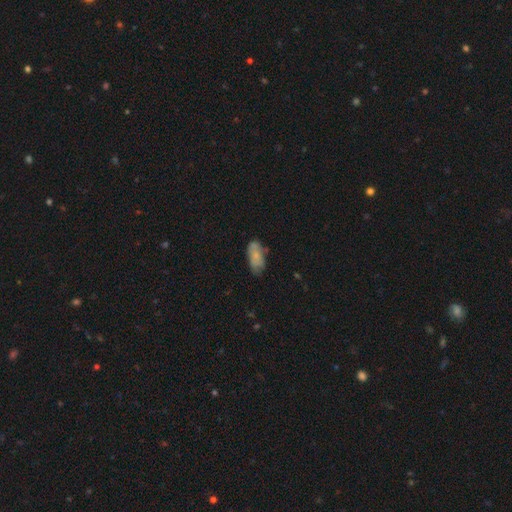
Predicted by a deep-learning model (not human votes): The model was most divided on "merging": none: 61%, minor disturbance: 28%, major disturbance: 7%, merger: 4%. More confident: how rounded — in between (86%); smooth or featured — smooth (73%).